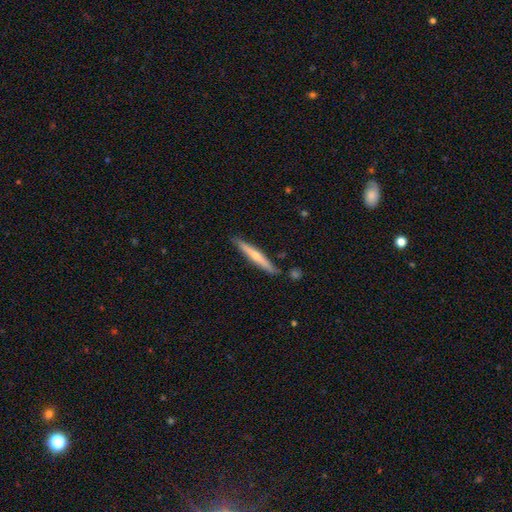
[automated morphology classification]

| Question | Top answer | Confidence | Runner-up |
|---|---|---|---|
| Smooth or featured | featured or disk | 48% | smooth (47%) |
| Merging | none | 85% | minor disturbance (10%) |